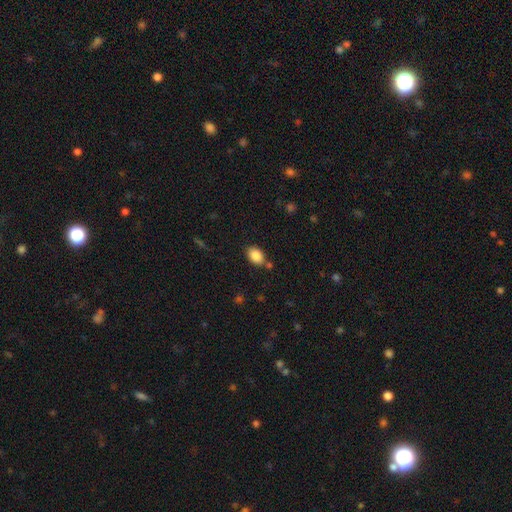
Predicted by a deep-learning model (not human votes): smooth_or_featured: smooth (p=0.87) [alt: star or artifact p=0.08]
how_rounded: in between (p=0.82) [alt: round p=0.17]
merging: none (p=0.77) [alt: minor disturbance p=0.13]